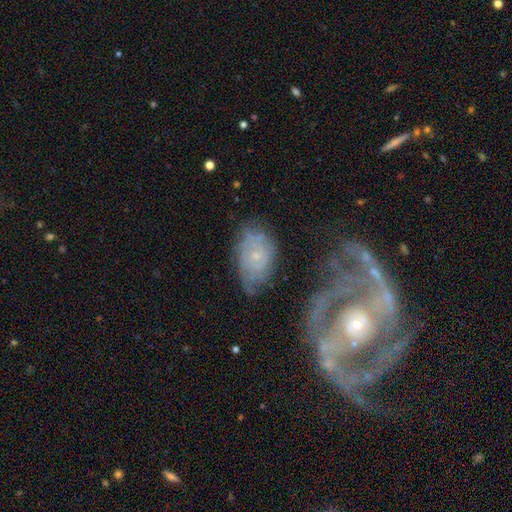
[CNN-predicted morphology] Smooth or featured? Predicted: featured or disk (p=0.62). Edge-on disk? Predicted: no (p=0.95). Bar? Predicted: no (p=0.78). Spiral arms? Predicted: yes (p=0.81). Bulge size? Predicted: small (p=0.78). Merging? Predicted: none (p=0.60).